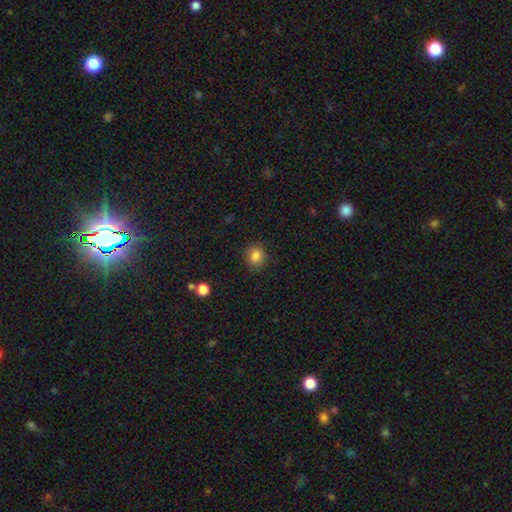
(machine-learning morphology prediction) Smooth or featured: smooth — 85% (star or artifact — 11%)
How rounded: round — 73% (in between — 26%)
Merging: none — 86% (minor disturbance — 10%)